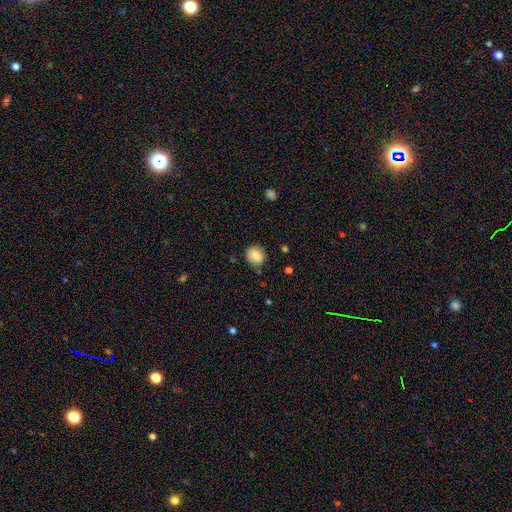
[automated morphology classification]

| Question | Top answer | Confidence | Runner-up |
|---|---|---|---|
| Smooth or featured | smooth | 82% | featured or disk (9%) |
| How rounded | round | 65% | in between (34%) |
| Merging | none | 74% | minor disturbance (20%) |